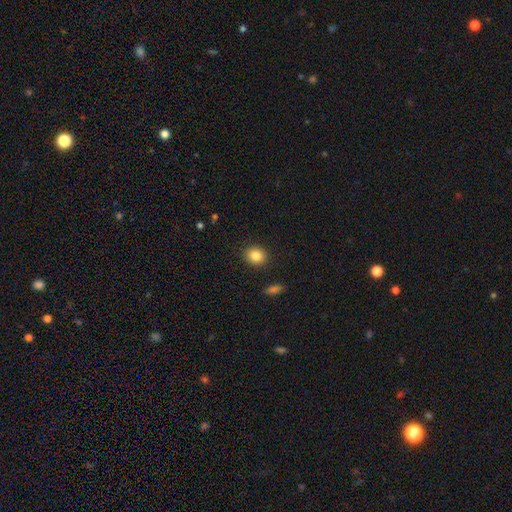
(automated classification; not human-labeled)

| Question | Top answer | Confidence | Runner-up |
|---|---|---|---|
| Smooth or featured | smooth | 85% | star or artifact (9%) |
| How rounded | round | 67% | in between (32%) |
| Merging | none | 90% | minor disturbance (7%) |